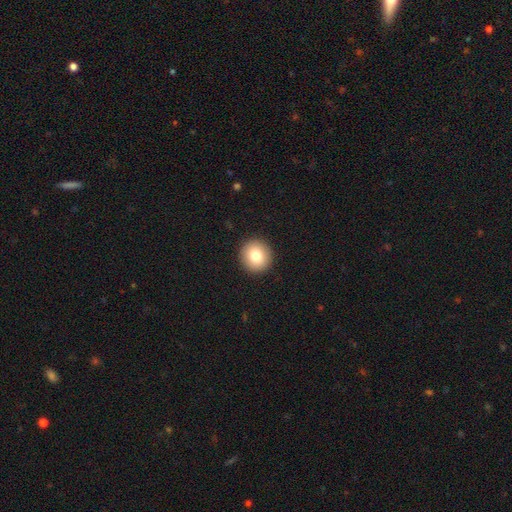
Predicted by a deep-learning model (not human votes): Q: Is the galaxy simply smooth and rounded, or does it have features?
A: smooth — 80%.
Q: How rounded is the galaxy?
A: round — 93%.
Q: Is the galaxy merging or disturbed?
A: none — 93%.